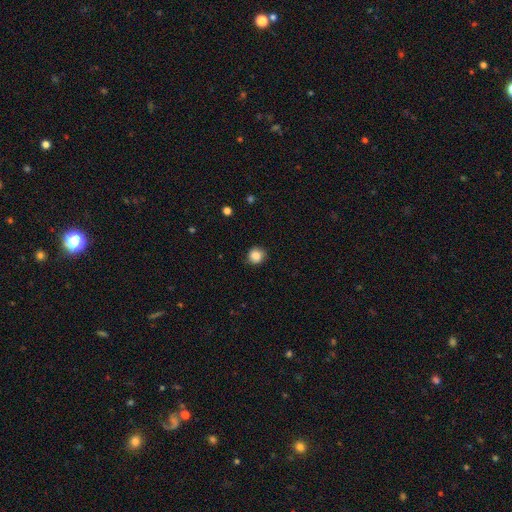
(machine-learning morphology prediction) smooth_or_featured: smooth (p=0.86) [alt: star or artifact p=0.09]
how_rounded: round (p=0.89) [alt: in between p=0.10]
merging: none (p=0.84) [alt: minor disturbance p=0.12]